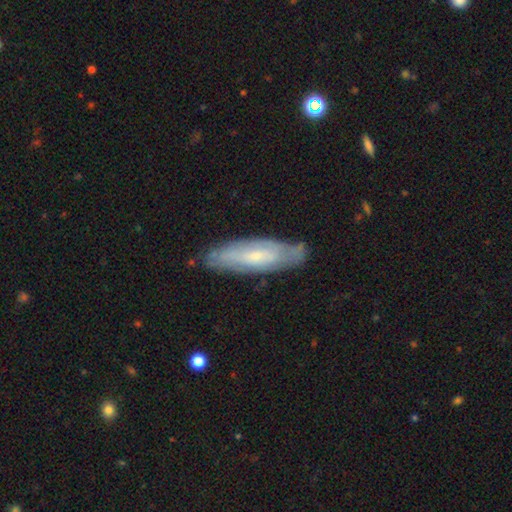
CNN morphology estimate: Smooth or featured? featured or disk (56%)
Edge-on disk? no (67%)
Merging? none (77%)